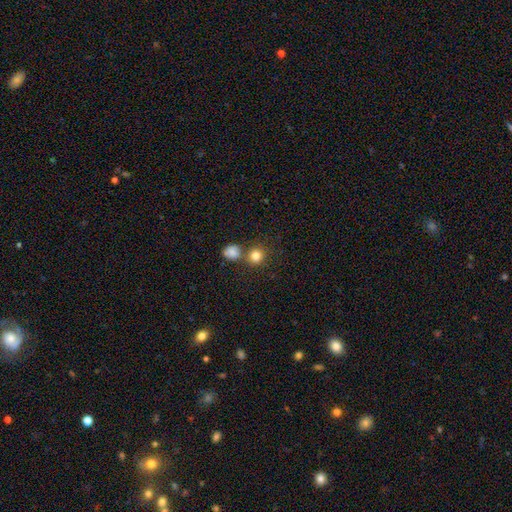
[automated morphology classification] Q: Smooth or featured?
A: smooth (83%); runner-up: star or artifact (12%)
Q: How rounded?
A: round (88%); runner-up: in between (11%)
Q: Merging?
A: none (65%); runner-up: merger (24%)